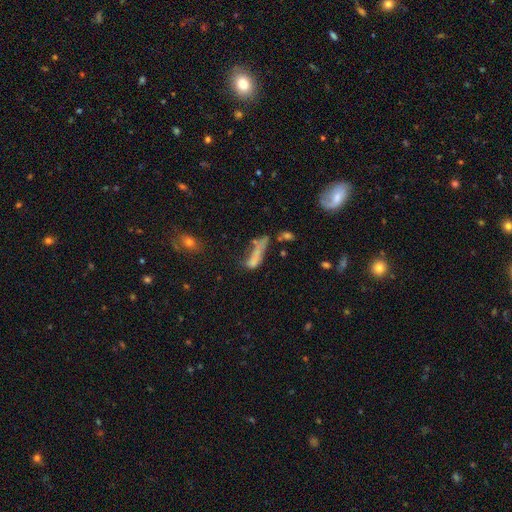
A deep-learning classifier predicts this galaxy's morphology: Smooth or featured: smooth — 54% (featured or disk — 29%)
How rounded: cigar-shaped — 59% (in between — 37%)
Merging: major disturbance — 31% (none — 28%)